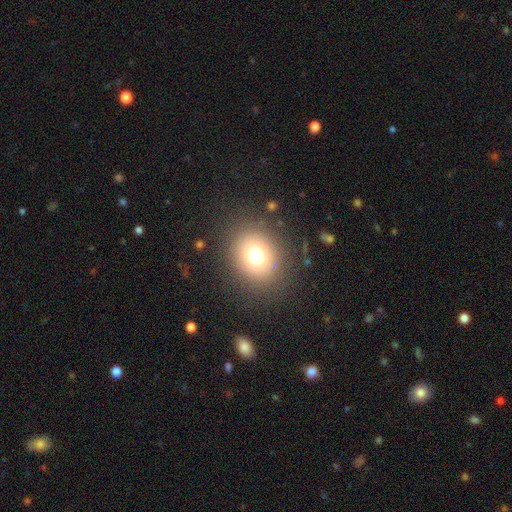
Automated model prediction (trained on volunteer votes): smooth_or_featured: smooth (p=0.72) [alt: star or artifact p=0.17]
how_rounded: round (p=0.70) [alt: in between p=0.29]
merging: none (p=0.85) [alt: minor disturbance p=0.08]